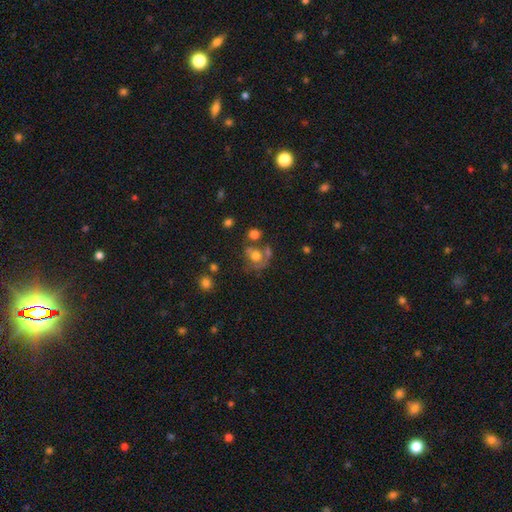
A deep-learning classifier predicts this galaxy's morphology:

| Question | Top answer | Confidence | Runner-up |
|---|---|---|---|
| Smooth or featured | smooth | 49% | featured or disk (37%) |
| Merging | none | 35% | merger (27%) |